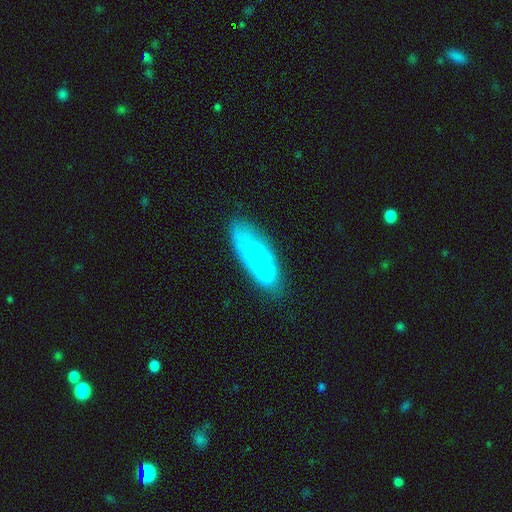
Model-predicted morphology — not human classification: Overall: smooth (52%; featured or disk 39%). How rounded: in between (57%; cigar-shaped 40%). Merging: none (57%; minor disturbance 27%).